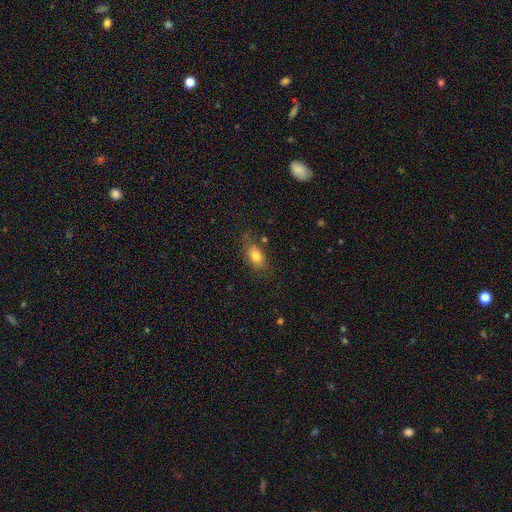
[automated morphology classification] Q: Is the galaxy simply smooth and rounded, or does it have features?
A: smooth — 78%.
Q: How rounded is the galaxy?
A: in between — 83%.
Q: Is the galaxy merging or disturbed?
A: none — 69%.